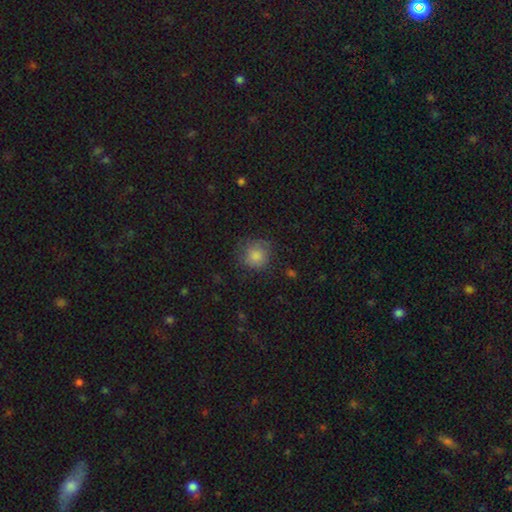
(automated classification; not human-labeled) This is clearly a smooth galaxy (80%). How rounded: clearly round (90%). Merging: likely none (72%).